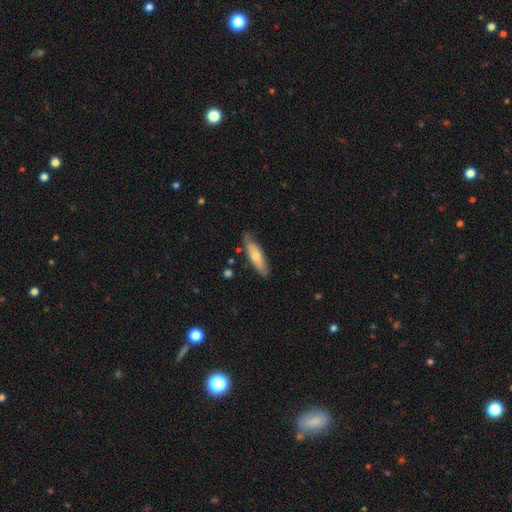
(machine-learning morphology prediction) smooth_or_featured: smooth (p=0.58) [alt: featured or disk p=0.36]
how_rounded: cigar-shaped (p=0.56) [alt: in between p=0.42]
merging: none (p=0.75) [alt: minor disturbance p=0.20]